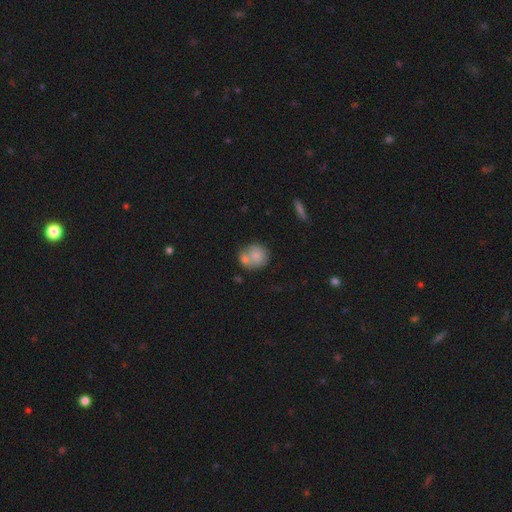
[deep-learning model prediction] Smooth or featured? smooth (78%)
How rounded? round (83%)
Merging? none (43%)